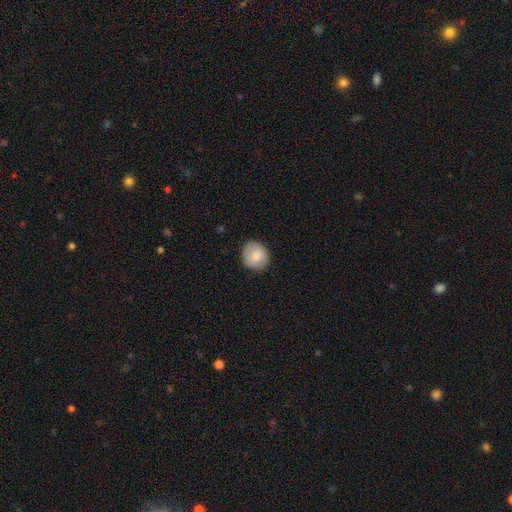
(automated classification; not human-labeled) A smooth galaxy with no disk features (81%) that is round (81%).

Vote fractions:
- Smooth or featured? smooth: 81% / featured or disk: 12% / star or artifact: 7%
- How rounded? round: 81% / in between: 18% / cigar-shaped: 1%
- Merging? none: 83% / minor disturbance: 13% / major disturbance: 3% / merger: 1%